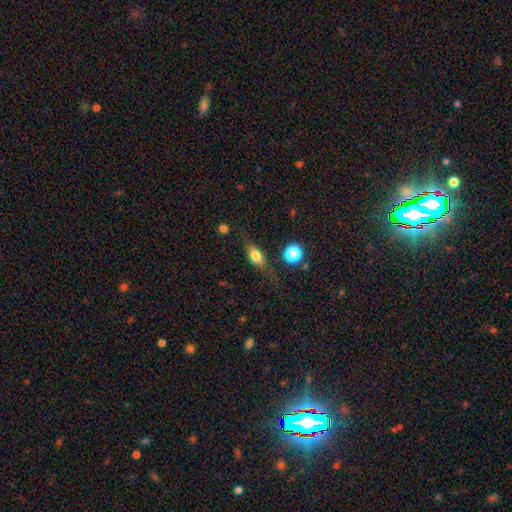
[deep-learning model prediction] A smooth galaxy with no disk features (60%) that is in between round and cigar-shaped (64%). Merging: none (65%).